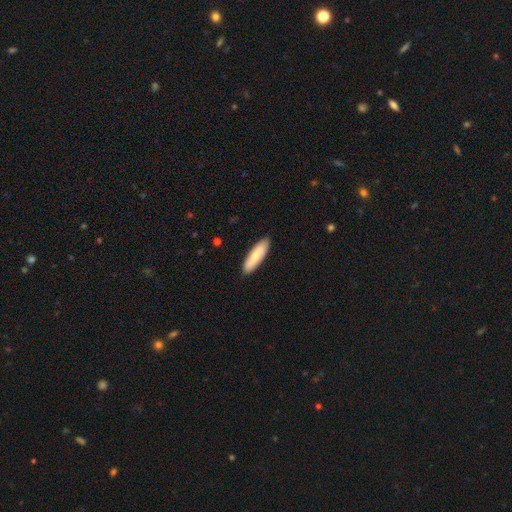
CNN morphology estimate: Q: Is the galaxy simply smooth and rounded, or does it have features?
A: smooth — 73%.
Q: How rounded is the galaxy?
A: cigar-shaped — 56%.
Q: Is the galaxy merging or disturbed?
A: none — 89%.